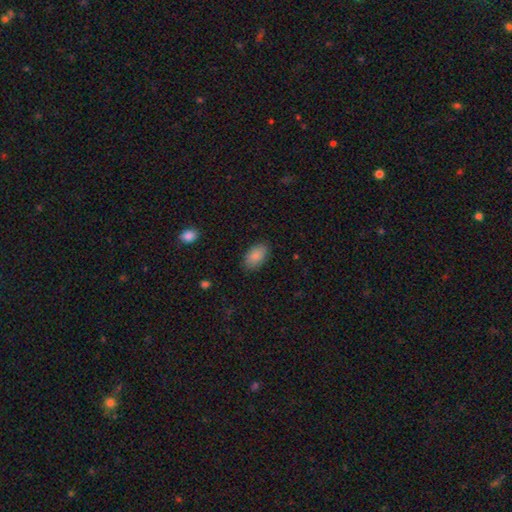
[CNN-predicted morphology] The model was most divided on "merging": none: 86%, minor disturbance: 10%, major disturbance: 3%, merger: 1%. More confident: how rounded — in between (93%); smooth or featured — smooth (88%).